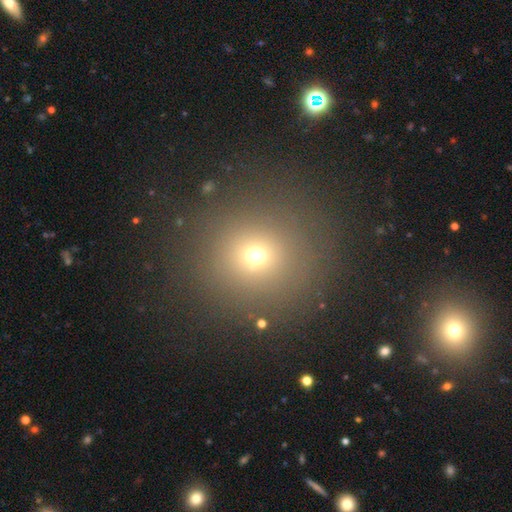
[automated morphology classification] Smooth or featured? smooth (67%)
How rounded? round (91%)
Merging? none (85%)